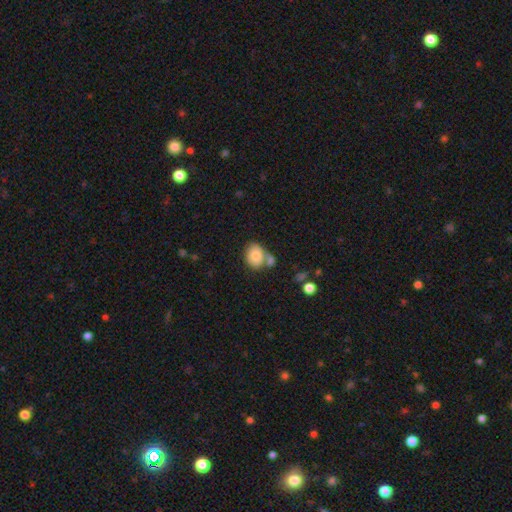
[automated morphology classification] A smooth galaxy with no disk features (83%) that is in between round and cigar-shaped (64%).

Vote fractions:
- Smooth or featured? smooth: 83% / featured or disk: 9% / star or artifact: 8%
- How rounded? in between: 64% / round: 35% / cigar-shaped: 1%
- Merging? none: 47% / merger: 31% / minor disturbance: 16% / major disturbance: 6%